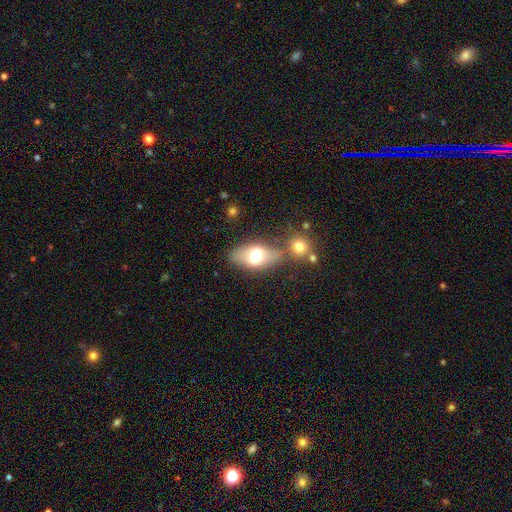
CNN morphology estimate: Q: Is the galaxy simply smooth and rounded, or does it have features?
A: smooth — 59%.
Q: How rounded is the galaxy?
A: in between — 86%.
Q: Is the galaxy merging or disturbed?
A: none — 56%.